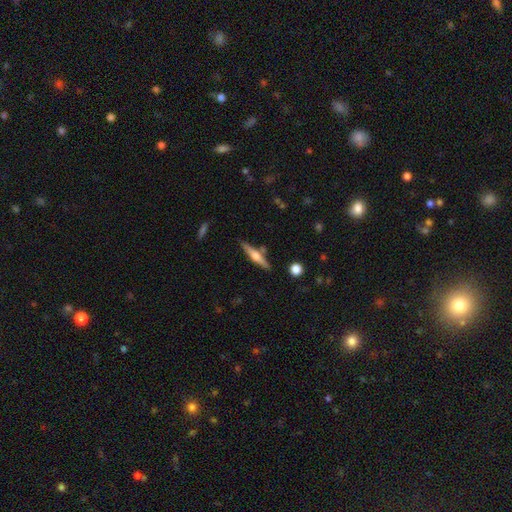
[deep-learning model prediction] This is likely a featured or disk galaxy (65%). It is clearly viewed edge-on (97%). Edge-on bulge: clearly rounded (86%). Merging: clearly none (82%).